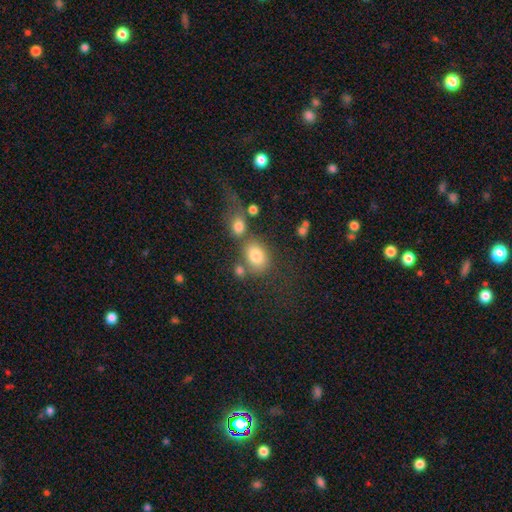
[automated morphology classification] type=smooth (78%); roundness=in between (60%); merging=none (49%).